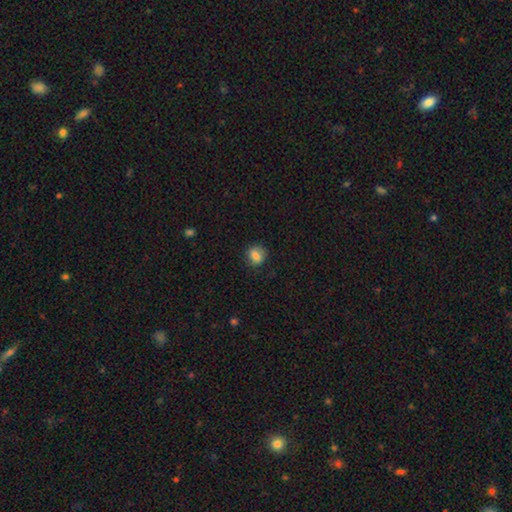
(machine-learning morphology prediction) Overall: smooth (79%). How rounded: round (70%). Merging: none (81%).